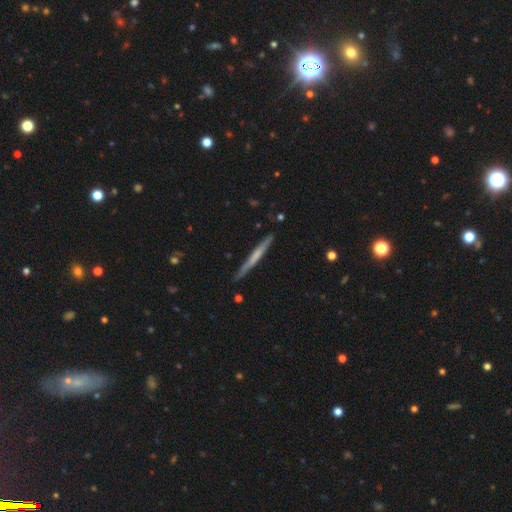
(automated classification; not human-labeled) Smooth or featured? Predicted: featured or disk (p=0.51). Edge-on disk? Predicted: yes (p=0.96). Merging? Predicted: none (p=0.86).